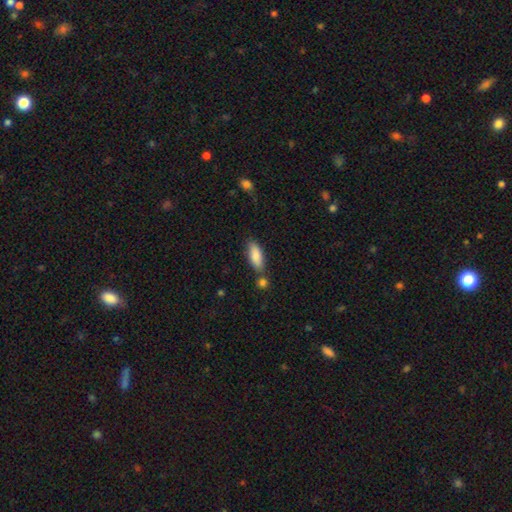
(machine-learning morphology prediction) A smooth galaxy with no disk features (85%) that is in between round and cigar-shaped (73%).

Vote fractions:
- Smooth or featured? smooth: 85% / featured or disk: 9% / star or artifact: 6%
- How rounded? in between: 73% / cigar-shaped: 25% / round: 2%
- Merging? none: 70% / minor disturbance: 14% / merger: 12% / major disturbance: 3%